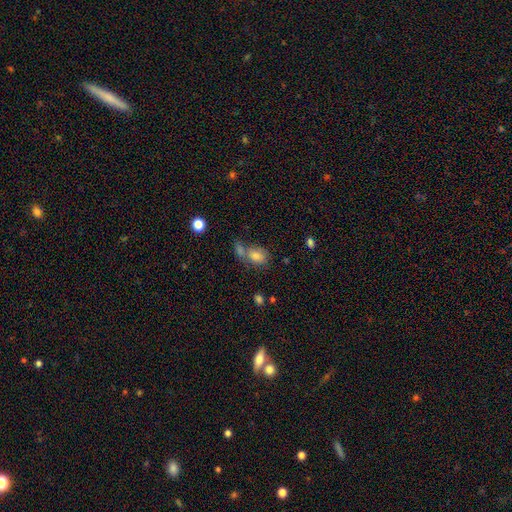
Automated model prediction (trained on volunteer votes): smooth 77%, star or artifact 12%, featured or disk 11%. Down the decision tree: how rounded — in between (68%); merging — none (42%).